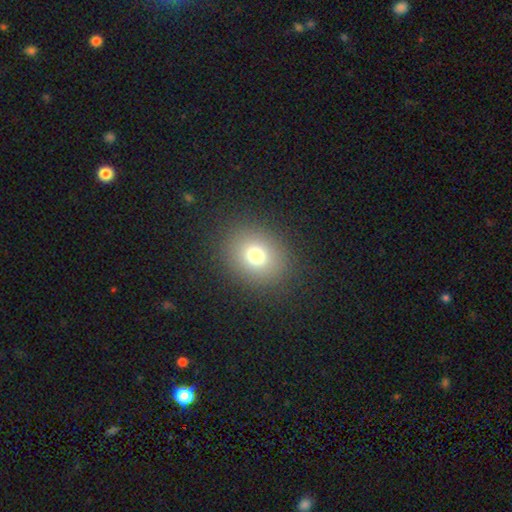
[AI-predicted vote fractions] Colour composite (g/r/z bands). It shows a smooth galaxy with no disk features (75%) that is round (68%). Merging: none (88%).